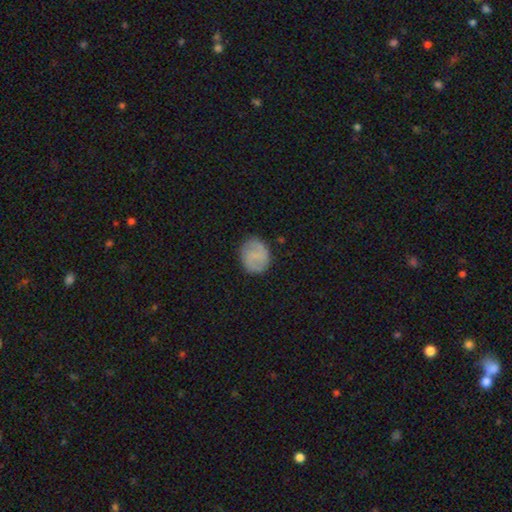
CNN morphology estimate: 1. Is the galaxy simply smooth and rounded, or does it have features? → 48% smooth, 44% featured or disk, 8% star or artifact.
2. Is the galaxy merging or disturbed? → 82% none, 13% minor disturbance, 4% major disturbance, 1% merger.